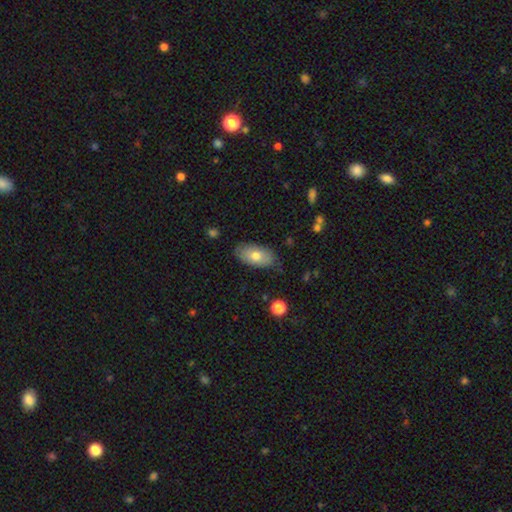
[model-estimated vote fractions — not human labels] This is likely a smooth galaxy (71%). How rounded: clearly in between (92%). Merging: likely none (79%).